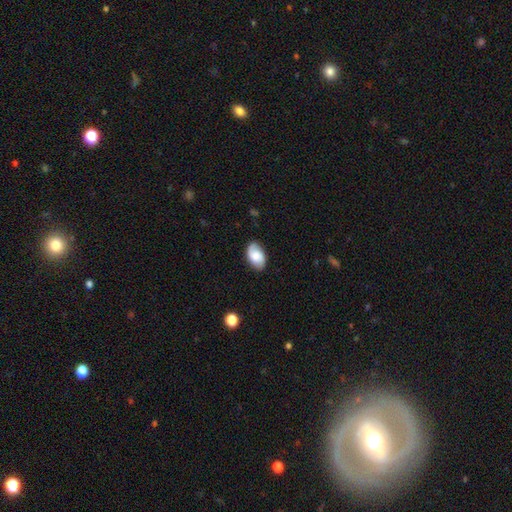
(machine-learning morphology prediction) smooth-or-featured: smooth: 55% | featured or disk: 37% | star or artifact: 8%
  how-rounded: in between: 91% | round: 8% | cigar-shaped: 1%
  merging: none: 80% | minor disturbance: 15% | major disturbance: 4% | merger: 1%